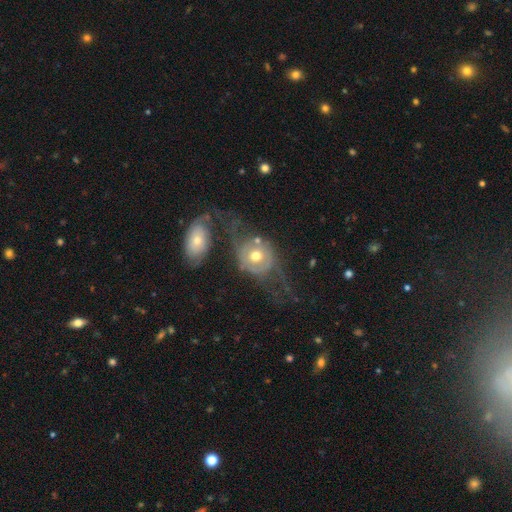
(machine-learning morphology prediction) Smooth or featured?
  - featured or disk: 63% *
  - smooth: 30%
  - star or artifact: 7%
Edge-on disk?
  - no: 94% *
  - yes: 6%
Bar?
  - no: 83% *
  - weak: 13%
  - strong: 4%
Spiral arms?
  - yes: 52% *
  - no: 48%
Bulge size?
  - moderate: 73% *
  - small: 14%
  - large: 10%
  - dominant: 2%
  - none: 1%
Merging?
  - major disturbance: 31% *
  - none: 29%
  - merger: 24%
  - minor disturbance: 16%